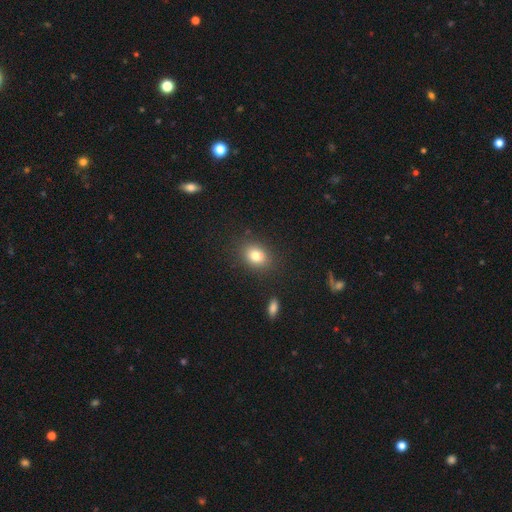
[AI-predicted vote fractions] Smooth or featured? smooth (80%)
How rounded? in between (57%)
Merging? none (83%)